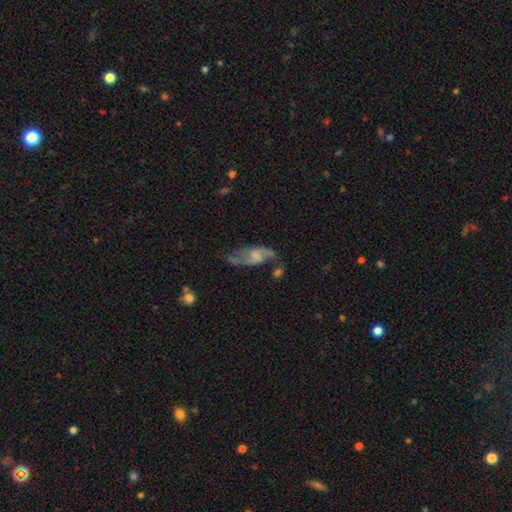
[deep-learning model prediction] A featured or disk galaxy (73%) with no bar (49%), 2 (87%) loose (66%) spiral arms (90%) and no central bulge (36%).

Vote fractions:
- Smooth or featured? featured or disk: 73% / smooth: 19% / star or artifact: 8%
- Edge-on disk? no: 94% / yes: 6%
- Bar? no: 49% / weak: 41% / strong: 10%
- Spiral arms? yes: 90% / no: 10%
- Spiral winding? loose: 66% / medium: 27% / tight: 7%
- Spiral arm count? 2: 87% / can't tell: 6% / 1: 3% / 3: 2% / 4: 1% / more than 4: 1%
- Bulge size? none: 36% / small: 30% / moderate: 24% / large: 9% / dominant: 2%
- Merging? none: 49% / minor disturbance: 22% / major disturbance: 19% / merger: 10%